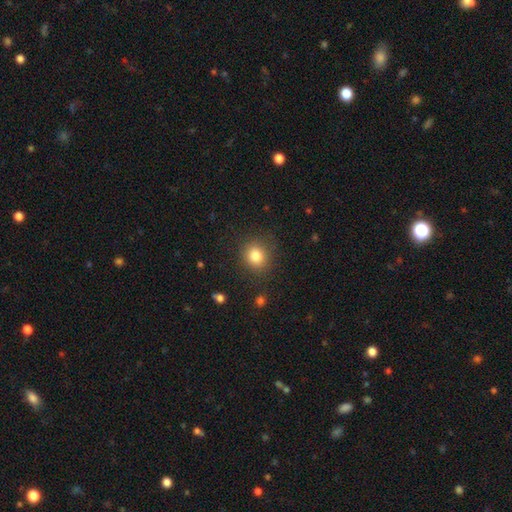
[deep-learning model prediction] smooth 83%, star or artifact 11%, featured or disk 6%. Down the decision tree: how rounded — round (75%); merging — none (85%).